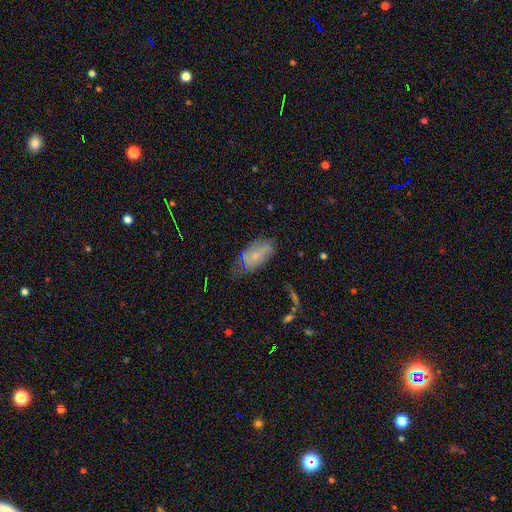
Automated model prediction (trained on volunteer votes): Morphology: type=smooth (61%); roundness=in between (92%); merging=none (59%).